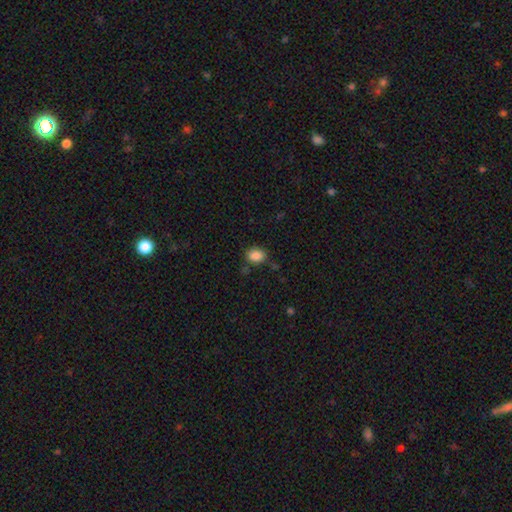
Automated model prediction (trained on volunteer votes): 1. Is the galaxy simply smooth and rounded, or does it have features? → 86% smooth, 10% star or artifact, 5% featured or disk.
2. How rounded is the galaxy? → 58% in between, 41% round, 1% cigar-shaped.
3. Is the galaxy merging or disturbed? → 75% none, 16% minor disturbance, 5% merger, 4% major disturbance.